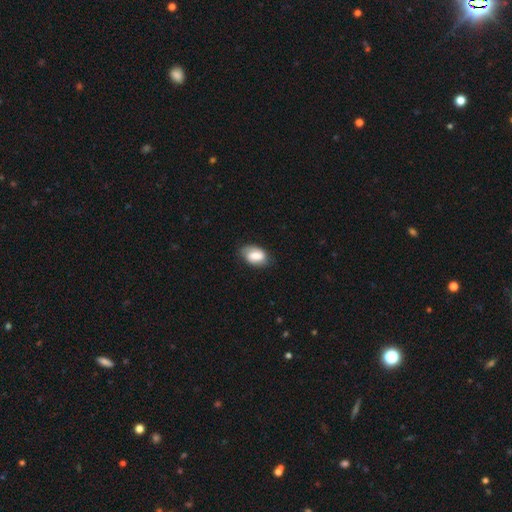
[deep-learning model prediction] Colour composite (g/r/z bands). It shows a smooth galaxy with no disk features (66%) that is in between round and cigar-shaped (89%). Merging: none (73%).